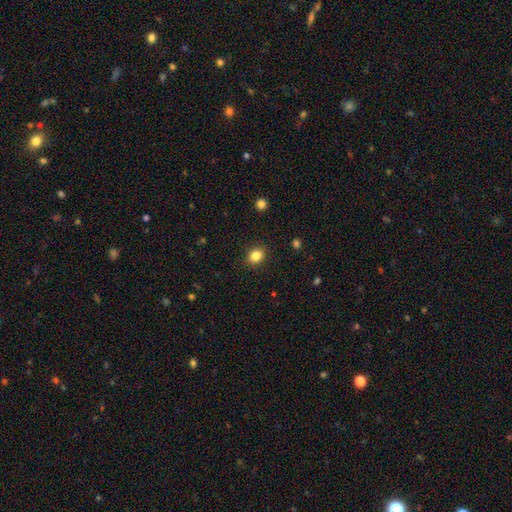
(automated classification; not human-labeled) Smooth or featured: smooth — 84% (star or artifact — 11%)
How rounded: in between — 53% (round — 46%)
Merging: none — 88% (minor disturbance — 8%)